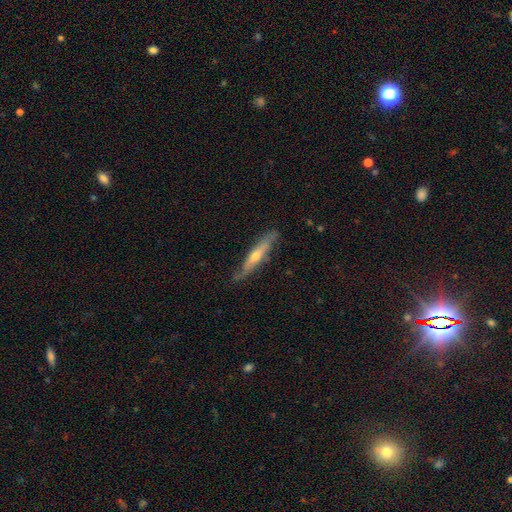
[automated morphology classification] type=featured or disk (66%); edge-on=yes (82%); edge-on bulge=rounded (82%); merging=none (77%).